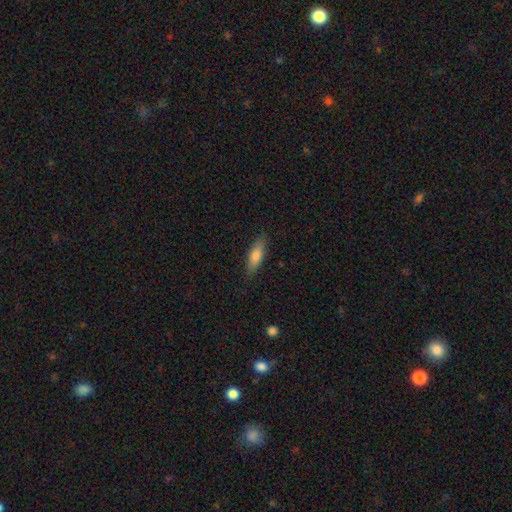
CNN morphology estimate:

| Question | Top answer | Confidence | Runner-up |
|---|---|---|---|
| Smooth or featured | smooth | 73% | featured or disk (21%) |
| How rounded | cigar-shaped | 57% | in between (41%) |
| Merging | none | 86% | minor disturbance (11%) |